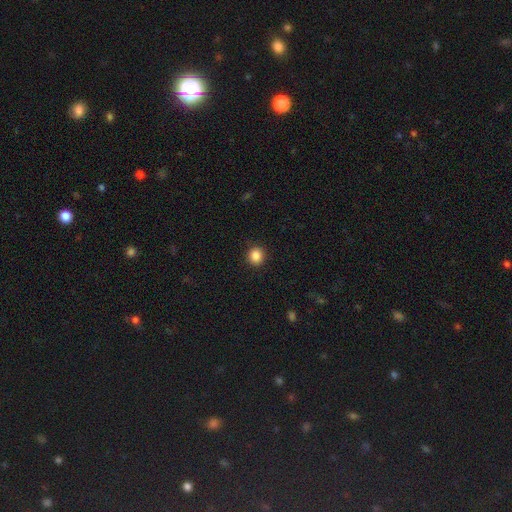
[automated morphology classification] A smooth galaxy with no disk features (87%) that is round (90%). Merging: none (92%).